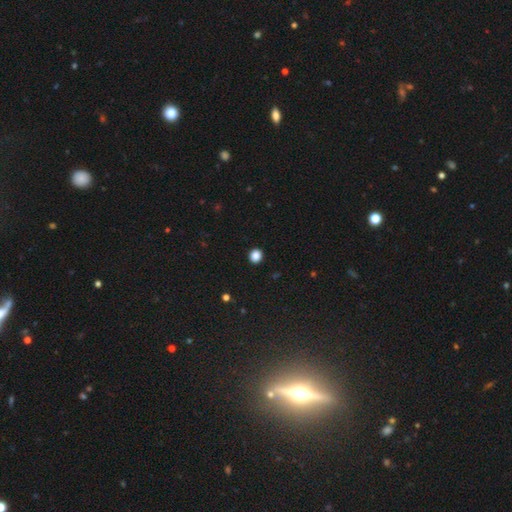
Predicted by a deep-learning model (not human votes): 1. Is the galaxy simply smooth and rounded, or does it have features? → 86% smooth, 11% star or artifact, 3% featured or disk.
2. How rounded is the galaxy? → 82% round, 17% in between, 1% cigar-shaped.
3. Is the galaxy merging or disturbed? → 93% none, 5% minor disturbance, 2% major disturbance, 1% merger.